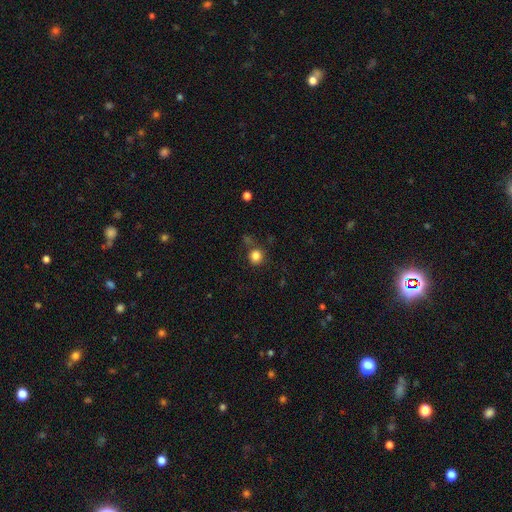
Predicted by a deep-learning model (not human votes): Overall: smooth (83%). How rounded: round (87%). Merging: none (78%).